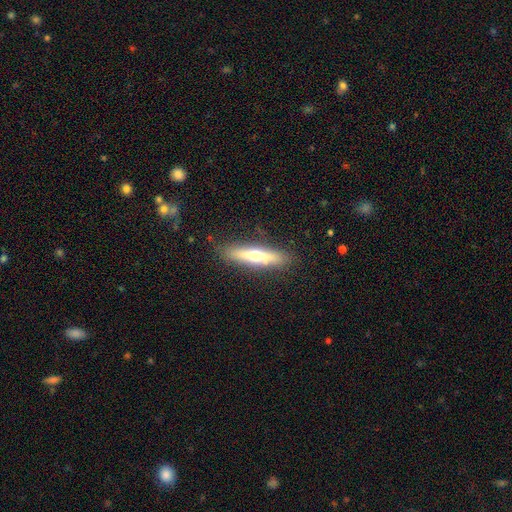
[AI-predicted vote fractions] featured or disk 48%, smooth 46%, star or artifact 6%. Down the decision tree: merging — none (85%).